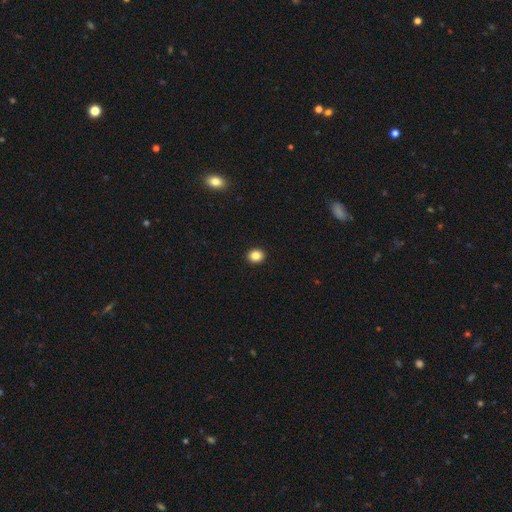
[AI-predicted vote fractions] Q: Smooth or featured?
A: smooth (86%); runner-up: star or artifact (10%)
Q: How rounded?
A: round (66%); runner-up: in between (33%)
Q: Merging?
A: none (93%); runner-up: minor disturbance (5%)